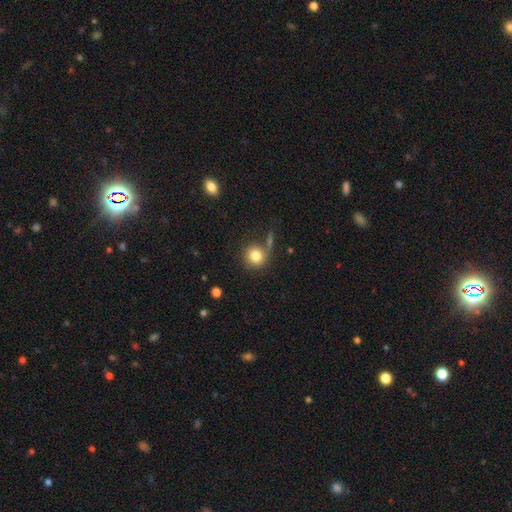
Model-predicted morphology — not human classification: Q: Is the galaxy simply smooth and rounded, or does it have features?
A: smooth — 81%.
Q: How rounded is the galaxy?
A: round — 90%.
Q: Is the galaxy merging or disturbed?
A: none — 65%.